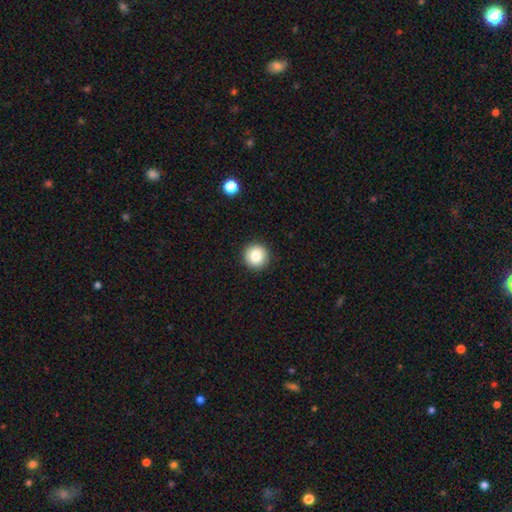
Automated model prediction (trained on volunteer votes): smooth 84%, star or artifact 9%, featured or disk 6%. Down the decision tree: how rounded — round (95%); merging — none (92%).